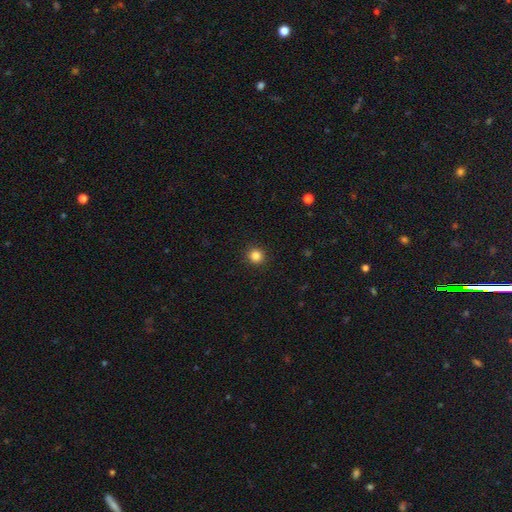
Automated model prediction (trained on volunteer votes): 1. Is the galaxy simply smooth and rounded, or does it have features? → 85% smooth, 12% star or artifact, 4% featured or disk.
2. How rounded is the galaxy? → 93% round, 6% in between, 1% cigar-shaped.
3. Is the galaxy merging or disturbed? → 92% none, 5% minor disturbance, 2% major disturbance, 1% merger.